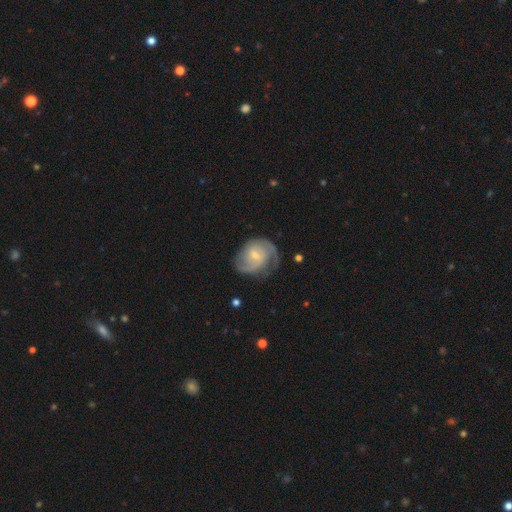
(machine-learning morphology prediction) A featured or disk galaxy (76%) with a weak bar (57%), 2 (59%) medium (44%) spiral arms (92%) and a small central bulge (50%).

Vote fractions:
- Smooth or featured? featured or disk: 76% / smooth: 18% / star or artifact: 5%
- Edge-on disk? no: 98% / yes: 2%
- Bar? weak: 57% / no: 33% / strong: 10%
- Spiral arms? yes: 92% / no: 8%
- Spiral winding? medium: 44% / tight: 38% / loose: 18%
- Spiral arm count? 2: 59% / can't tell: 19% / 1: 9% / 3: 8% / 4: 2% / more than 4: 2%
- Bulge size? small: 50% / moderate: 40% / none: 6% / large: 3% / dominant: 1%
- Merging? none: 57% / minor disturbance: 25% / major disturbance: 16% / merger: 2%